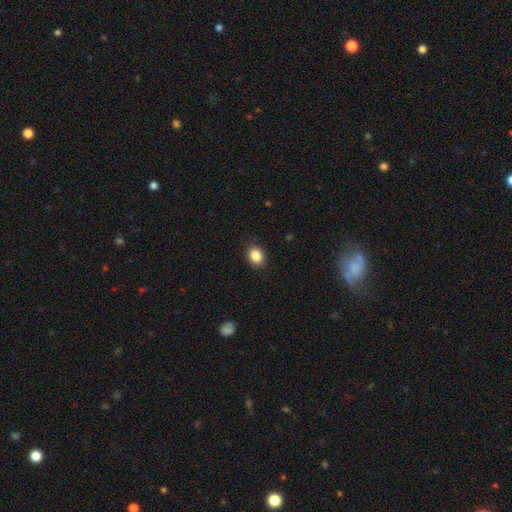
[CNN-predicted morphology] Smooth or featured? Predicted: smooth (p=0.86). How rounded? Predicted: in between (p=0.58). Merging? Predicted: none (p=0.89).